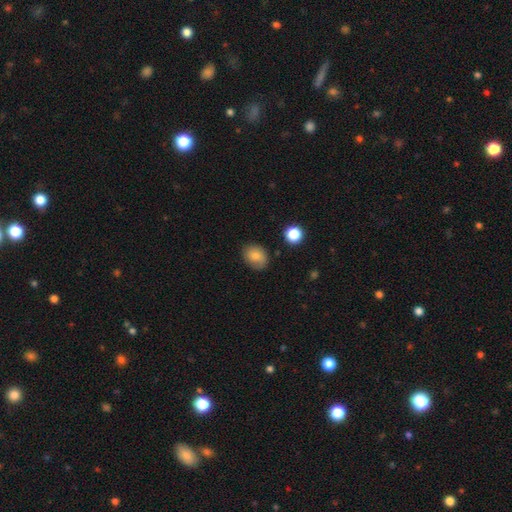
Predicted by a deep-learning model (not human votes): This appears to be a smooth galaxy with no disk features (77%) that is round (51%). Merging: none (76%).